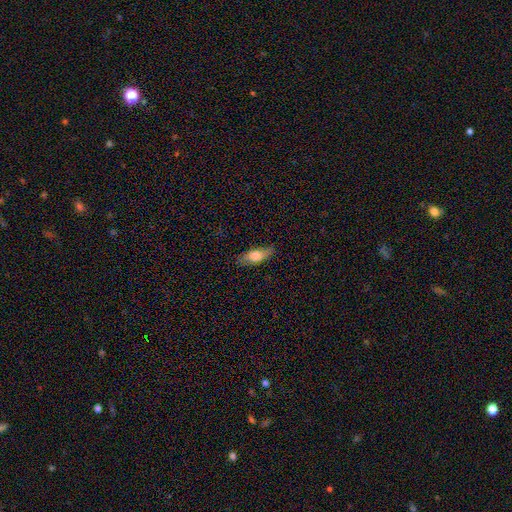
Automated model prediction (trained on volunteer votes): This appears to be a smooth galaxy with no disk features (69%) that is in between round and cigar-shaped (66%). Merging: none (78%).